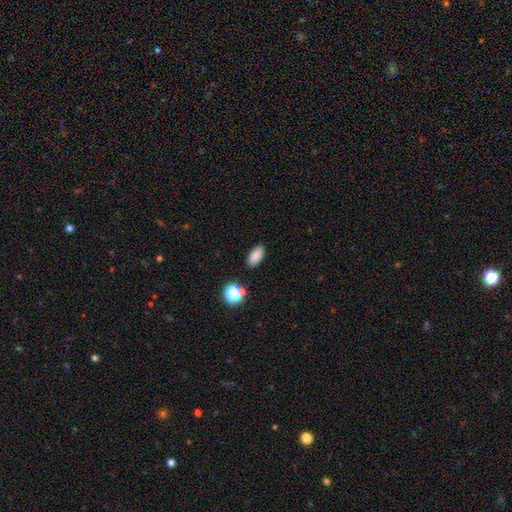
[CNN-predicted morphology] Q: Smooth or featured?
A: smooth (85%); runner-up: star or artifact (10%)
Q: How rounded?
A: in between (90%); runner-up: round (5%)
Q: Merging?
A: none (87%); runner-up: minor disturbance (8%)